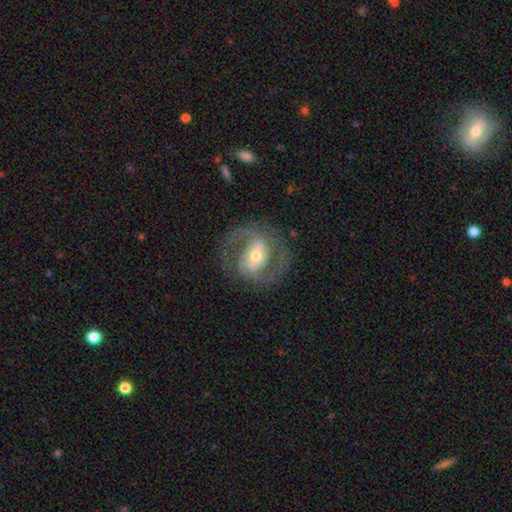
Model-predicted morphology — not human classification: Smooth or featured? Predicted: featured or disk (p=0.83). Edge-on disk? Predicted: no (p=0.97). Bar? Predicted: weak (p=0.37). Spiral arms? Predicted: yes (p=0.88). Spiral winding? Predicted: medium (p=0.53). Spiral arm count? Predicted: 2 (p=0.88). Bulge size? Predicted: moderate (p=0.59). Merging? Predicted: none (p=0.78).